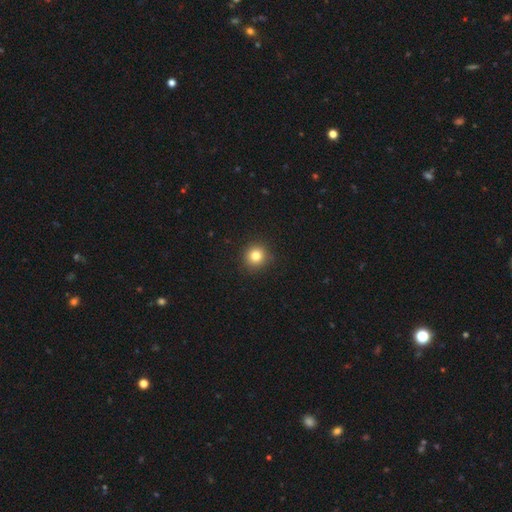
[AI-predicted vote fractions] smooth_or_featured: smooth (p=0.81) [alt: star or artifact p=0.12]
how_rounded: round (p=0.92) [alt: in between p=0.07]
merging: none (p=0.91) [alt: minor disturbance p=0.06]